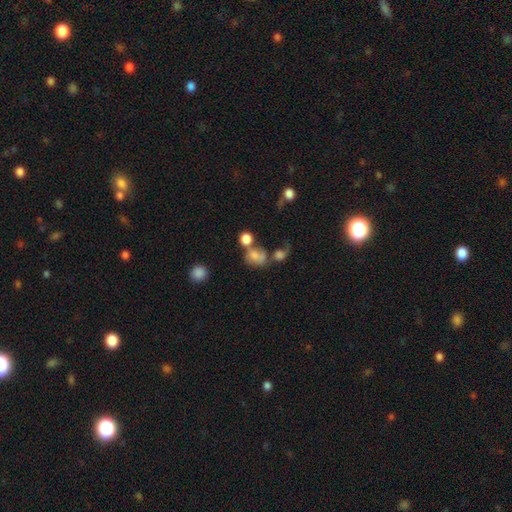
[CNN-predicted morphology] Smooth or featured? Predicted: smooth (p=0.68). How rounded? Predicted: round (p=0.63). Merging? Predicted: merger (p=0.42).